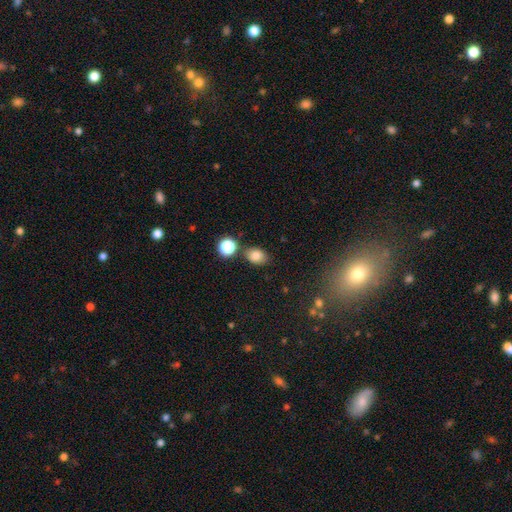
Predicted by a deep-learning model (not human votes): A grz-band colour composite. It shows a smooth galaxy with no disk features (81%) that is in between round and cigar-shaped (69%). Merging: none (78%).